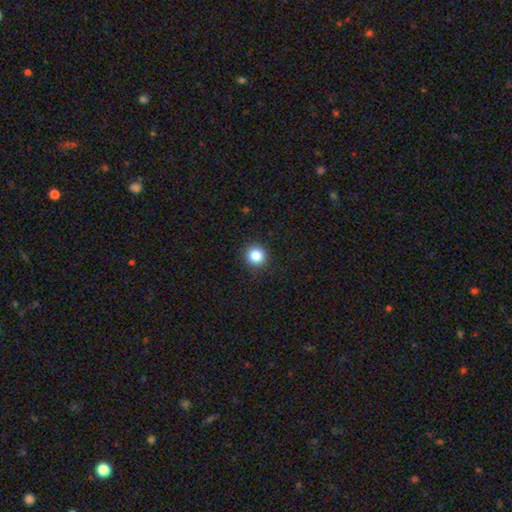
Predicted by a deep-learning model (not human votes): Q: Smooth or featured?
A: smooth (85%); runner-up: star or artifact (11%)
Q: How rounded?
A: round (93%); runner-up: in between (6%)
Q: Merging?
A: none (92%); runner-up: minor disturbance (6%)